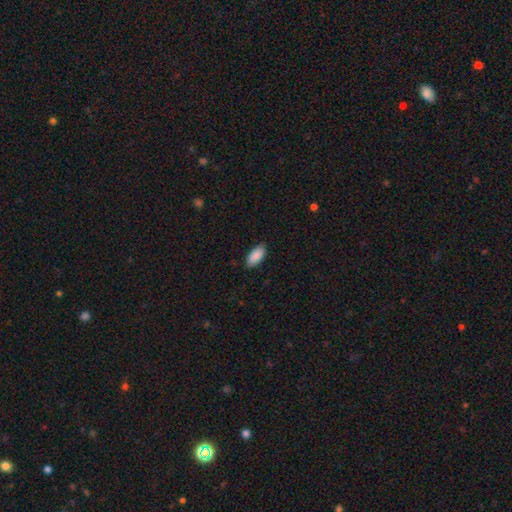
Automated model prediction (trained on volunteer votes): This appears to be a smooth galaxy with no disk features (90%) that is in between round and cigar-shaped (92%). Merging: none (87%).